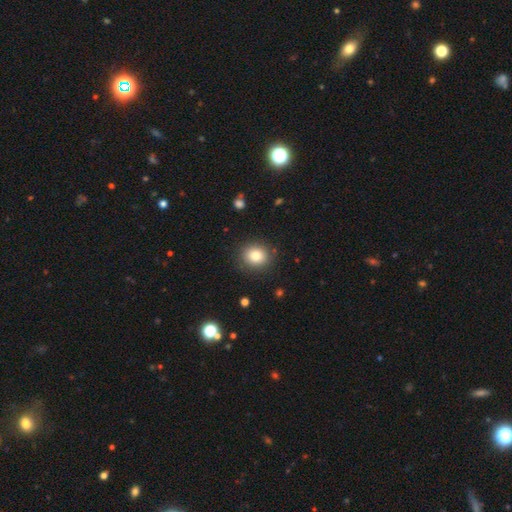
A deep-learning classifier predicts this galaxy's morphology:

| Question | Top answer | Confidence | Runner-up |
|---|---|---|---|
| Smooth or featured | smooth | 82% | star or artifact (11%) |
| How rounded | round | 79% | in between (20%) |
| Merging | none | 88% | minor disturbance (8%) |